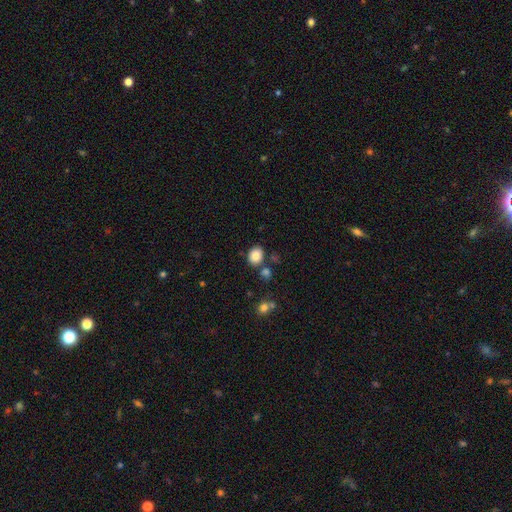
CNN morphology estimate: The model was most divided on "how rounded": in between: 54%, round: 45%, cigar-shaped: 1%. More confident: smooth or featured — smooth (85%); merging — none (75%).